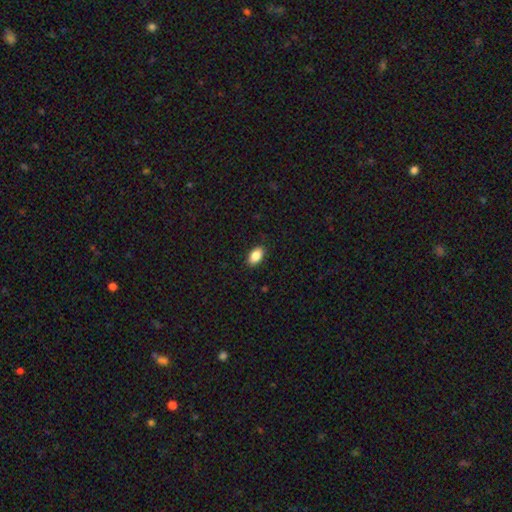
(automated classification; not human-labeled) A smooth galaxy with no disk features (88%) that is in between round and cigar-shaped (91%).

Vote fractions:
- Smooth or featured? smooth: 88% / star or artifact: 8% / featured or disk: 5%
- How rounded? in between: 91% / round: 7% / cigar-shaped: 2%
- Merging? none: 89% / minor disturbance: 8% / major disturbance: 2% / merger: 1%